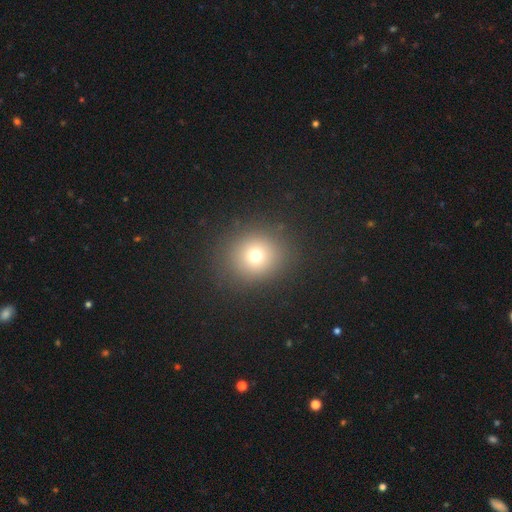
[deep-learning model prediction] Smooth or featured: smooth — 71% (star or artifact — 18%)
How rounded: round — 84% (in between — 15%)
Merging: none — 87% (minor disturbance — 7%)